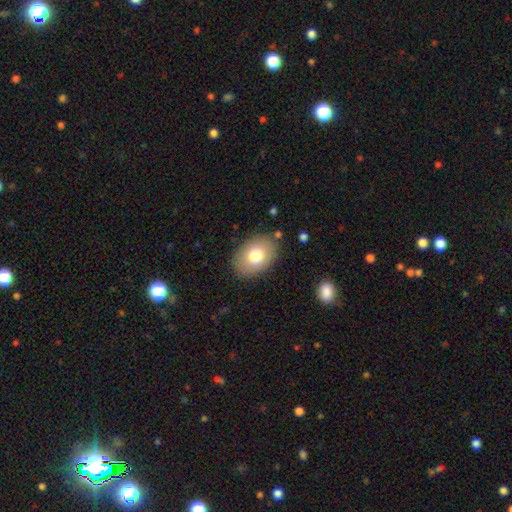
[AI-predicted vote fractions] Smooth or featured? smooth (76%)
How rounded? in between (79%)
Merging? none (84%)